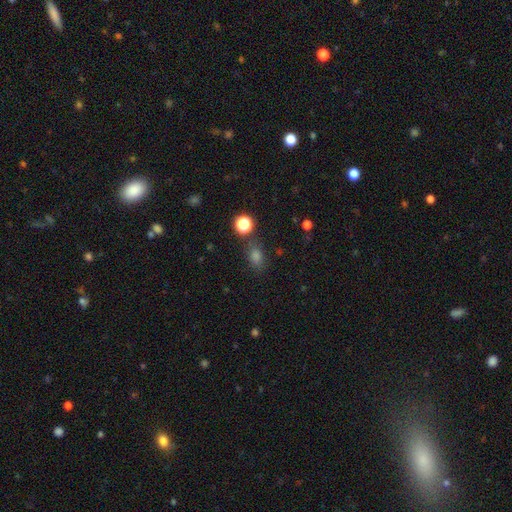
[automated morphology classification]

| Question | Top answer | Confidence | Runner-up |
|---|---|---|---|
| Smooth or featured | smooth | 67% | star or artifact (26%) |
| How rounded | in between | 64% | round (33%) |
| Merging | none | 78% | minor disturbance (12%) |